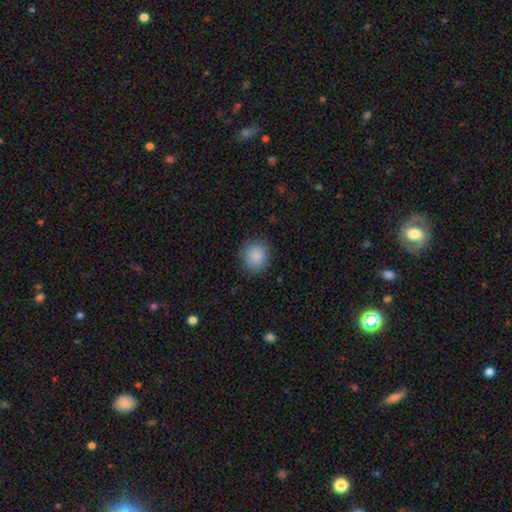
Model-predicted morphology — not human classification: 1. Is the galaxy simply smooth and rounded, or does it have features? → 89% smooth, 8% star or artifact, 3% featured or disk.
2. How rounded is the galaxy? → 80% round, 19% in between, 1% cigar-shaped.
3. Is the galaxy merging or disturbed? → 86% none, 10% minor disturbance, 3% major disturbance, 1% merger.